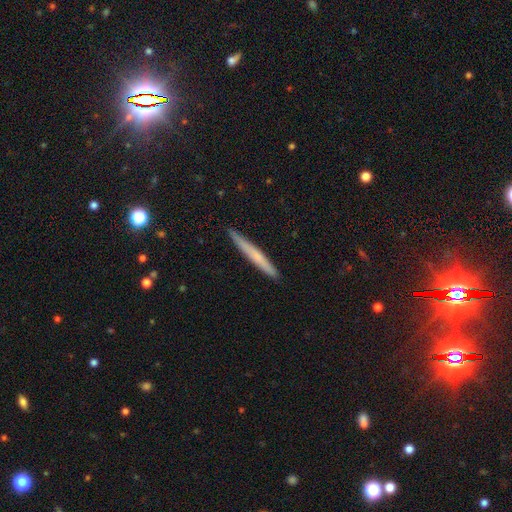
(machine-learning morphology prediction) The model was most divided on "smooth or featured": smooth: 58%, featured or disk: 36%, star or artifact: 6%. More confident: how rounded — cigar-shaped (97%); merging — none (91%).